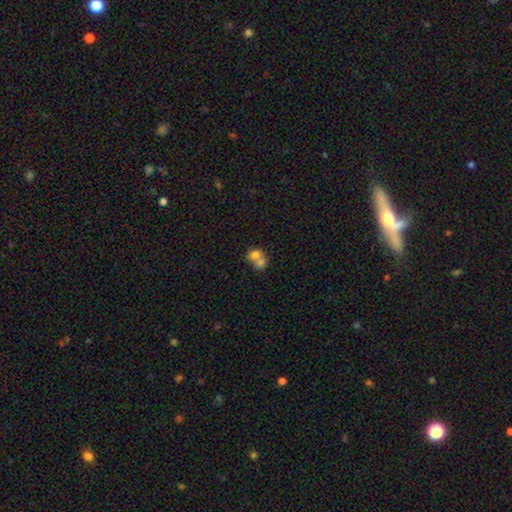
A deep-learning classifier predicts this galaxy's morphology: Smooth or featured? Predicted: smooth (p=0.72). How rounded? Predicted: round (p=0.60). Merging? Predicted: merger (p=0.71).